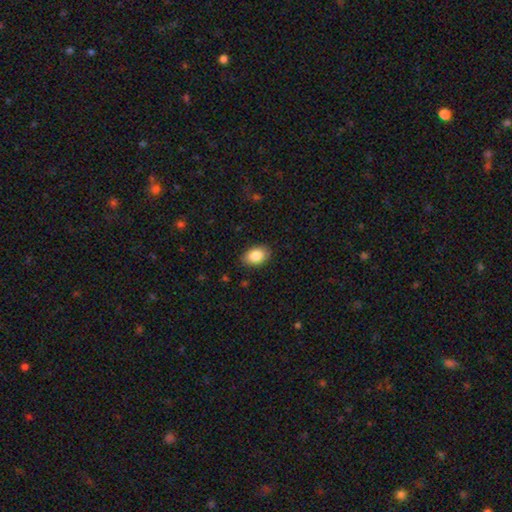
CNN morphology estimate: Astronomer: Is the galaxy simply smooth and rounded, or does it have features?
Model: smooth — 86%.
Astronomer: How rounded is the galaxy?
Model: in between — 86%.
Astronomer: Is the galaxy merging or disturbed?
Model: none — 86%.